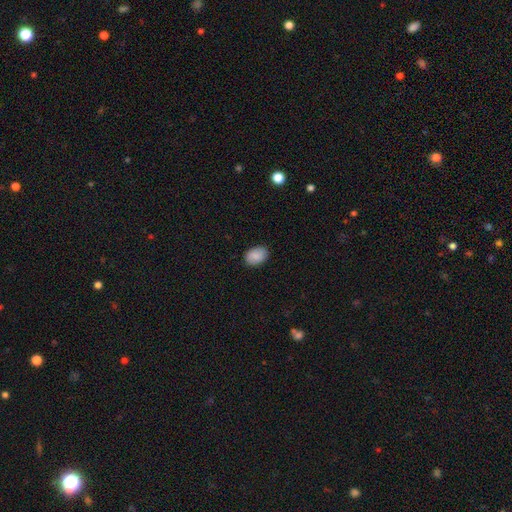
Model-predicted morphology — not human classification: Smooth or featured? Predicted: smooth (p=0.87). How rounded? Predicted: in between (p=0.80). Merging? Predicted: none (p=0.87).